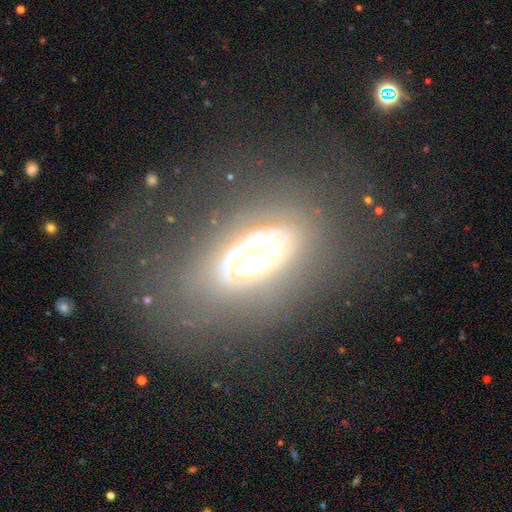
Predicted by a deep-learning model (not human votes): A featured or disk galaxy (74%) with no bar (79%), spiral arms (66%) and a moderate central bulge (49%). Merging: none (63%).